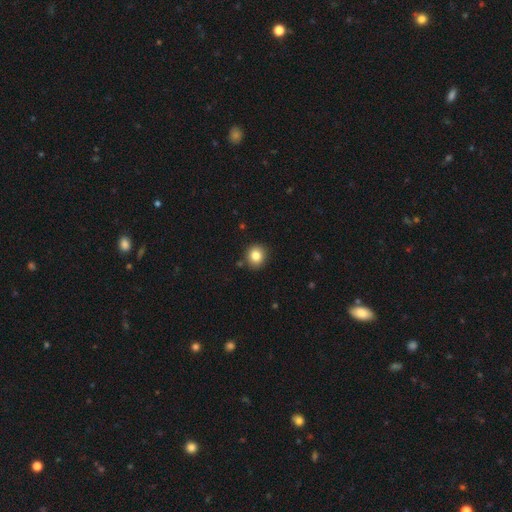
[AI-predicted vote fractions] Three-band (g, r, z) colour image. It shows a smooth galaxy with no disk features (83%) that is round (86%). Merging: none (89%).